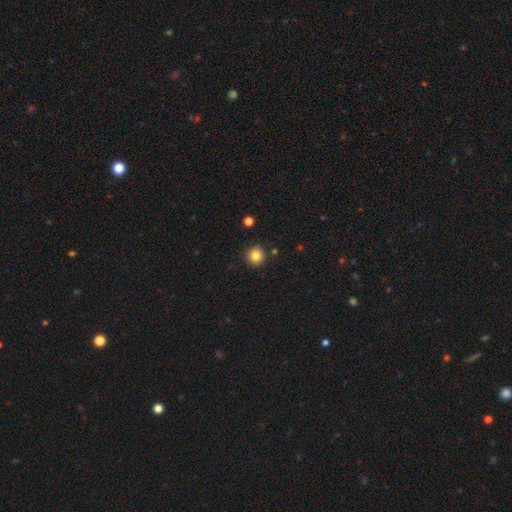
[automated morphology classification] A smooth galaxy with no disk features (83%) that is round (94%). Merging: none (89%).